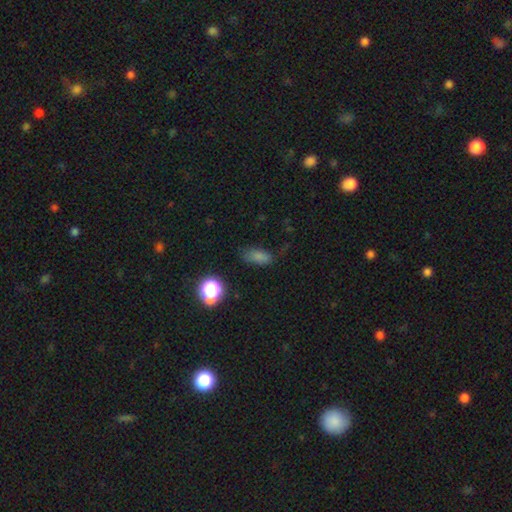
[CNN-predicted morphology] This appears to be a smooth galaxy with no disk features (74%) that is in between round and cigar-shaped (80%). Merging: none (68%).